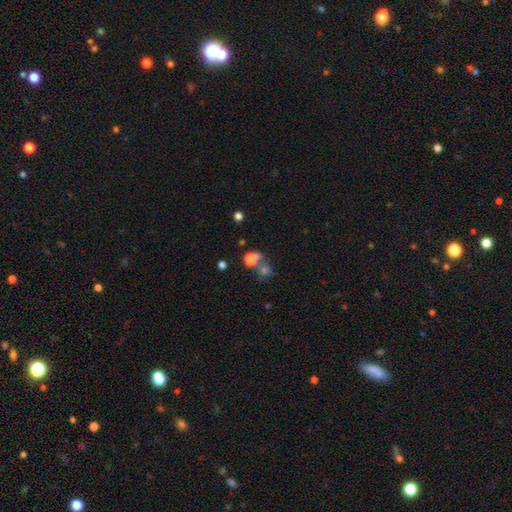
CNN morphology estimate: Overall: smooth (48%; star or artifact 31%). Merging: none (46%; merger 38%).